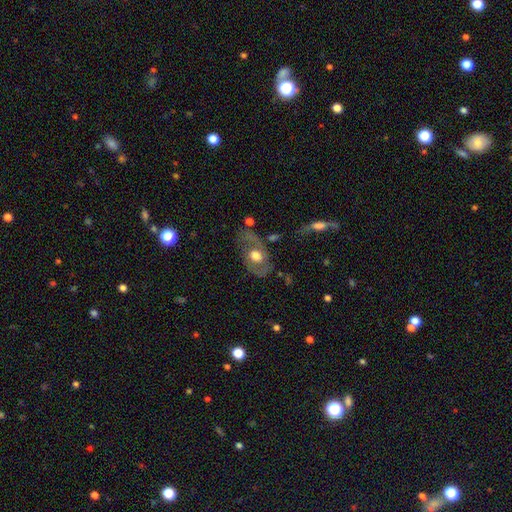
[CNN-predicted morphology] A featured or disk galaxy (62%) with no bar (79%), spiral arms (50%, tied with no) and a moderate central bulge (48%). Merging: none (61%).